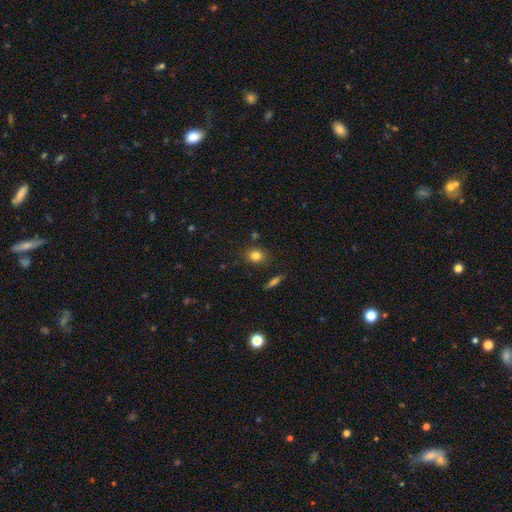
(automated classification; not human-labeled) This is clearly a smooth galaxy (82%). How rounded: likely round (60%). Merging: clearly none (82%).